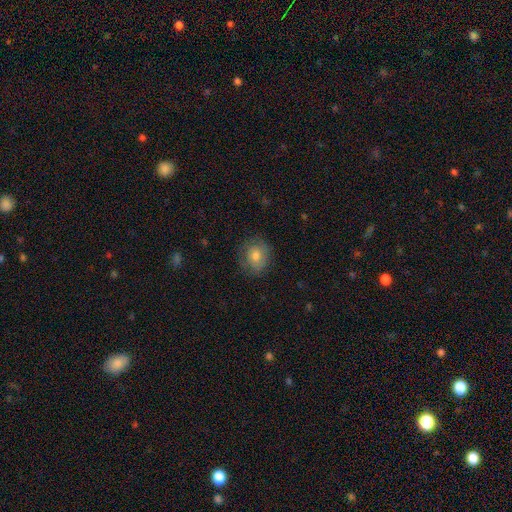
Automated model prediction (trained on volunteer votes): smooth_or_featured: smooth (p=0.70) [alt: featured or disk p=0.20]
how_rounded: round (p=0.76) [alt: in between p=0.23]
merging: none (p=0.79) [alt: minor disturbance p=0.15]